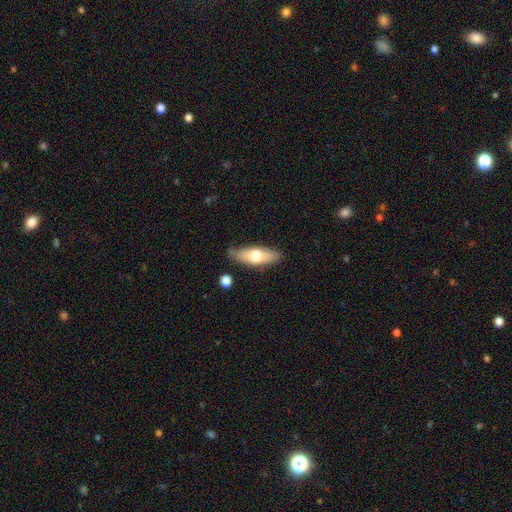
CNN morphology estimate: Smooth or featured? Predicted: smooth (p=0.59). How rounded? Predicted: in between (p=0.61). Merging? Predicted: none (p=0.76).